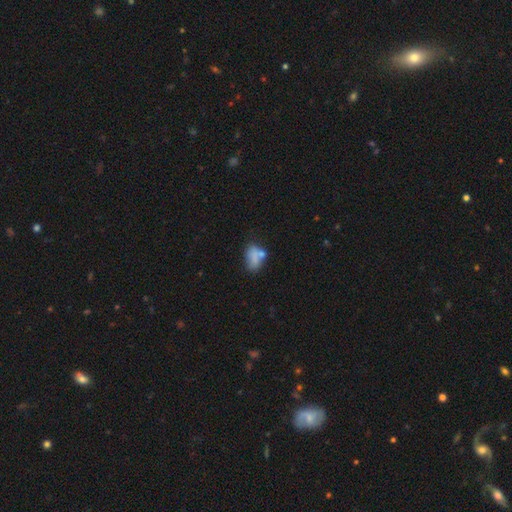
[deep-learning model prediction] smooth 73%, featured or disk 17%, star or artifact 10%. Down the decision tree: how rounded — in between (83%); merging — none (39%).